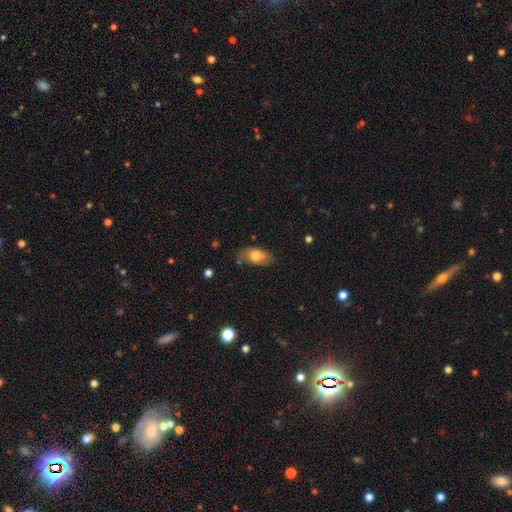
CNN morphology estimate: smooth-or-featured: smooth: 69% | featured or disk: 24% | star or artifact: 7%
  how-rounded: in between: 90% | cigar-shaped: 5% | round: 5%
  merging: none: 65% | minor disturbance: 23% | merger: 7% | major disturbance: 6%